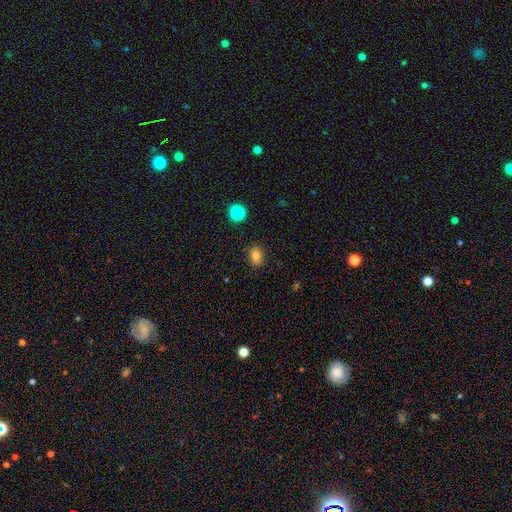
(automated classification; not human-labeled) Q: Smooth or featured?
A: smooth (82%); runner-up: star or artifact (12%)
Q: How rounded?
A: in between (65%); runner-up: round (34%)
Q: Merging?
A: none (84%); runner-up: minor disturbance (11%)